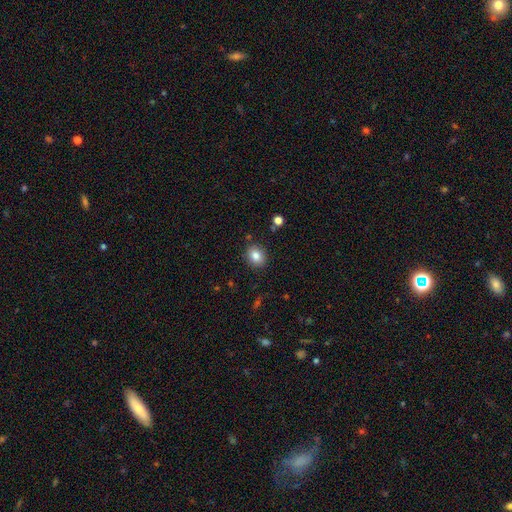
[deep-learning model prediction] The model was most divided on "how rounded": round: 60%, in between: 39%, cigar-shaped: 1%. More confident: merging — none (87%); smooth or featured — smooth (82%).